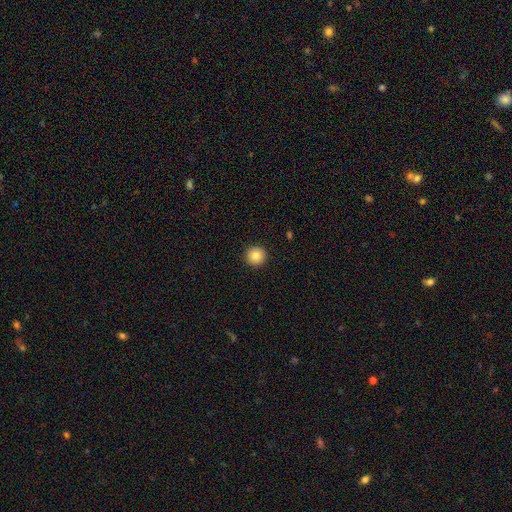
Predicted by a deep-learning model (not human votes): Q: Smooth or featured?
A: smooth (86%); runner-up: star or artifact (9%)
Q: How rounded?
A: round (96%); runner-up: in between (3%)
Q: Merging?
A: none (93%); runner-up: minor disturbance (4%)